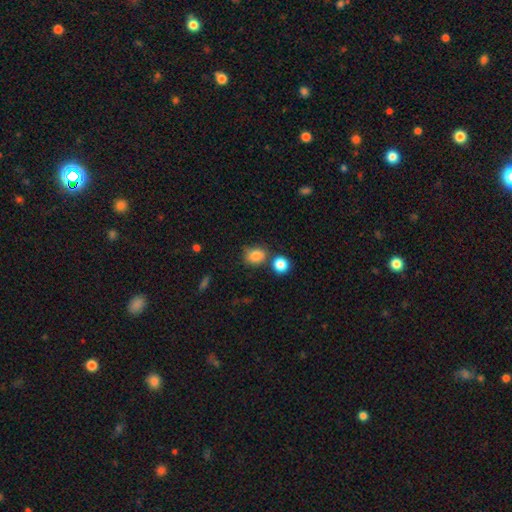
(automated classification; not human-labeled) A smooth galaxy with no disk features (82%) that is round (57%).

Vote fractions:
- Smooth or featured? smooth: 82% / star or artifact: 11% / featured or disk: 6%
- How rounded? round: 57% / in between: 42% / cigar-shaped: 1%
- Merging? none: 65% / minor disturbance: 17% / merger: 13% / major disturbance: 5%